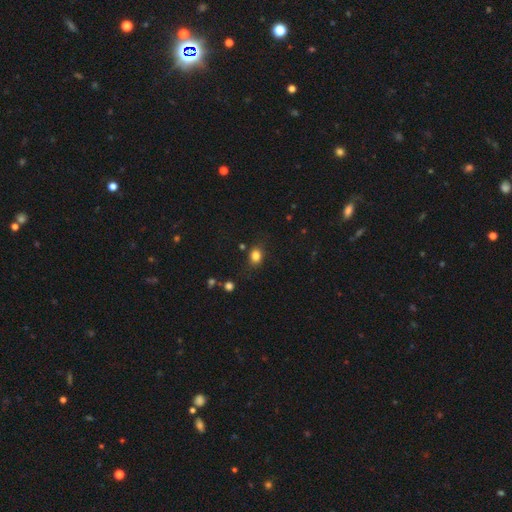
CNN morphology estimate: Smooth or featured? smooth (82%)
How rounded? in between (50%)
Merging? none (79%)